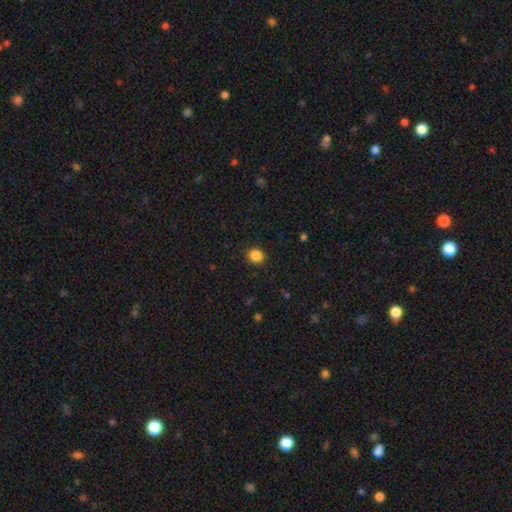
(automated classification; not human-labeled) The model was most divided on "how rounded": round: 86%, in between: 13%, cigar-shaped: 1%. More confident: merging — none (91%); smooth or featured — smooth (86%).